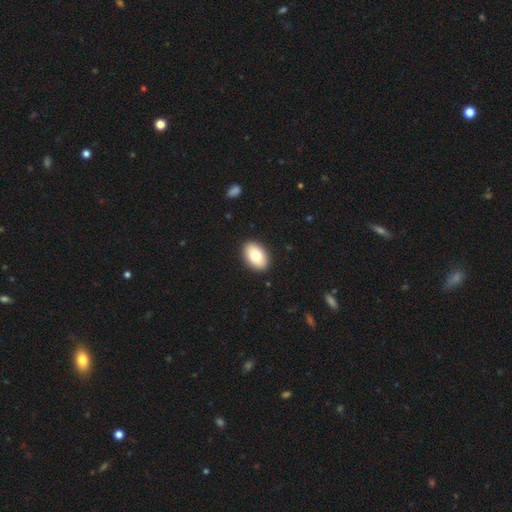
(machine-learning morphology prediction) smooth_or_featured: smooth (p=0.79) [alt: featured or disk p=0.14]
how_rounded: in between (p=0.90) [alt: round p=0.09]
merging: none (p=0.91) [alt: minor disturbance p=0.07]